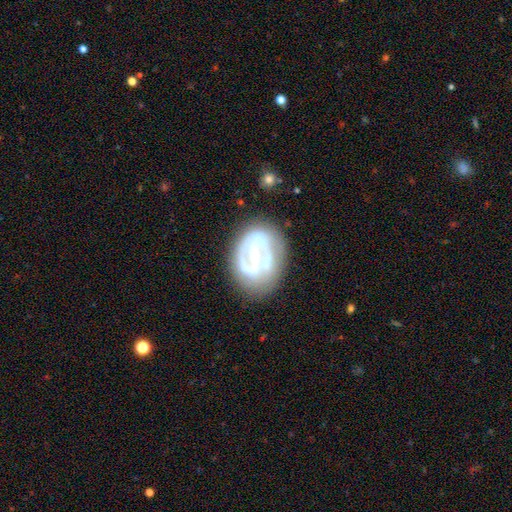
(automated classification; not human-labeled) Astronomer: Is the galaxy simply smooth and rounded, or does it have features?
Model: featured or disk — 72%.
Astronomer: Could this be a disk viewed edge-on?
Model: no — 96%.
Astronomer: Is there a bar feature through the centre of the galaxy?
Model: strong — 37% (runner-up: weak, 33%).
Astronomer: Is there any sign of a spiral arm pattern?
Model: no — 57% (runner-up: yes, 43%).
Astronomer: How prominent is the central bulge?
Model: moderate — 45% (runner-up: small, 43%).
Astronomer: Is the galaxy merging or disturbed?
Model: none — 67%.